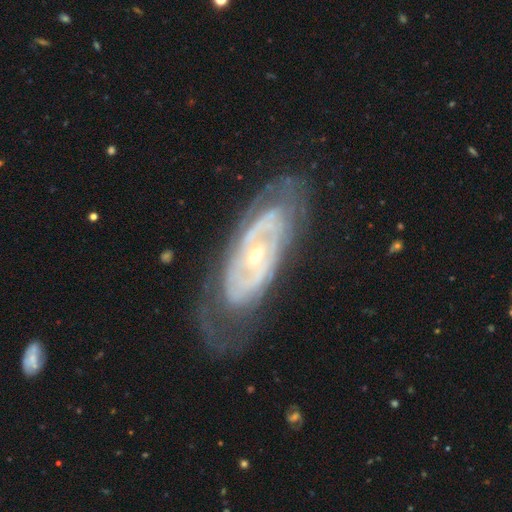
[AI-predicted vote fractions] This appears to be a featured or disk galaxy (84%) with no bar (70%), tight (68%) spiral arms (77%) and a small central bulge (66%). Merging: none (69%).